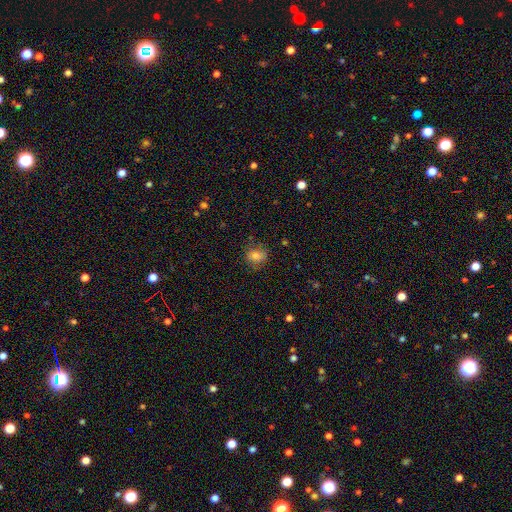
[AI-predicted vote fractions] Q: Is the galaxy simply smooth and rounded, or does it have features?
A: smooth — 77%.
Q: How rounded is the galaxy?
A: round — 61%.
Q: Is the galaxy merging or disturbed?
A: none — 75%.